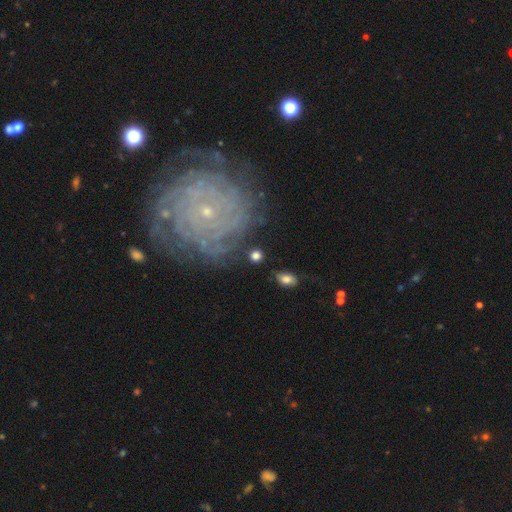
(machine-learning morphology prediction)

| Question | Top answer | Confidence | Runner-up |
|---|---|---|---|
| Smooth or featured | smooth | 60% | featured or disk (29%) |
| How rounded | round | 59% | in between (39%) |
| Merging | none | 79% | minor disturbance (11%) |